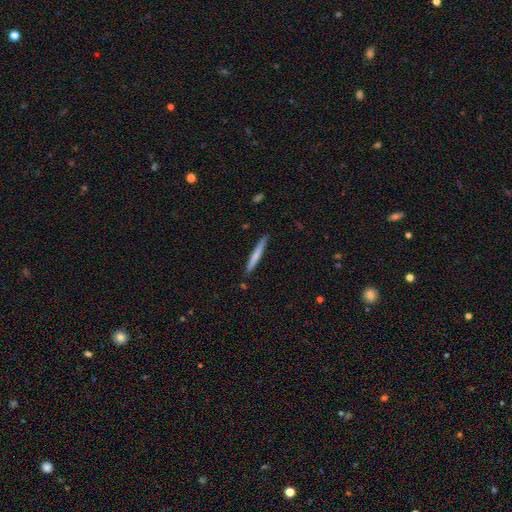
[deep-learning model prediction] This appears to be a smooth galaxy with no disk features (64%) that is cigar-shaped (96%). Merging: none (89%).